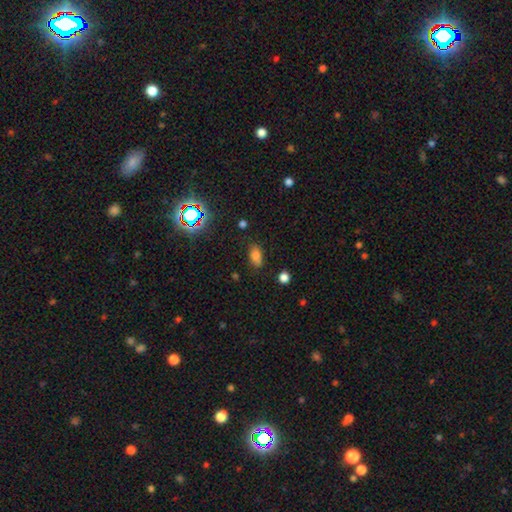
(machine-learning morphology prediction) Q: Smooth or featured?
A: smooth (77%); runner-up: star or artifact (16%)
Q: How rounded?
A: in between (87%); runner-up: round (7%)
Q: Merging?
A: none (77%); runner-up: minor disturbance (17%)